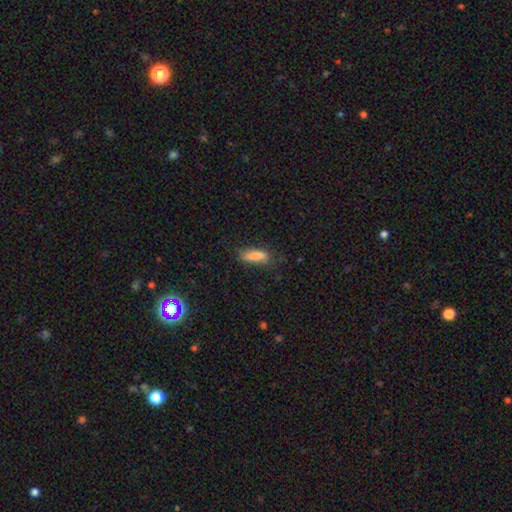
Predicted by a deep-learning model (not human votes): Smooth or featured? Predicted: smooth (p=0.81). How rounded? Predicted: in between (p=0.51). Merging? Predicted: none (p=0.67).